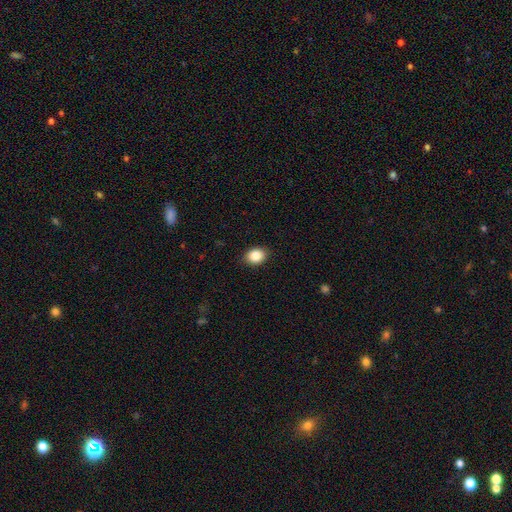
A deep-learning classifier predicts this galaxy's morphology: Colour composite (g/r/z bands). It shows a smooth galaxy with no disk features (86%) that is in between round and cigar-shaped (60%). Merging: none (88%).